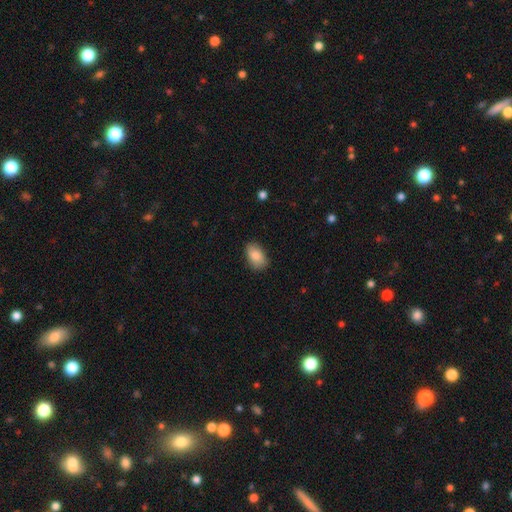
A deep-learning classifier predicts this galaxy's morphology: This appears to be a smooth galaxy with no disk features (86%) that is in between round and cigar-shaped (91%). Merging: none (84%).